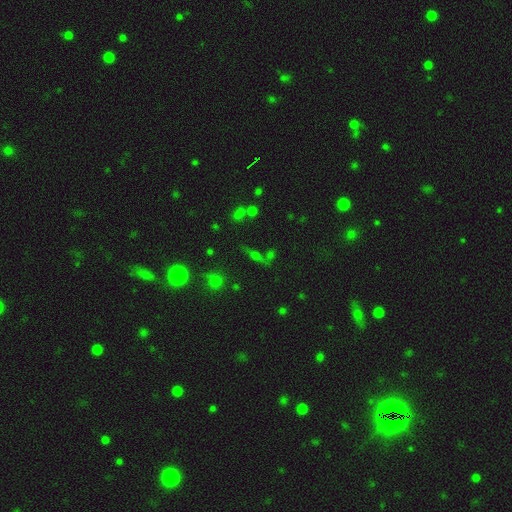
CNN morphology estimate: Smooth or featured: smooth — 42% (star or artifact — 35%)
Merging: none — 55% (merger — 21%)